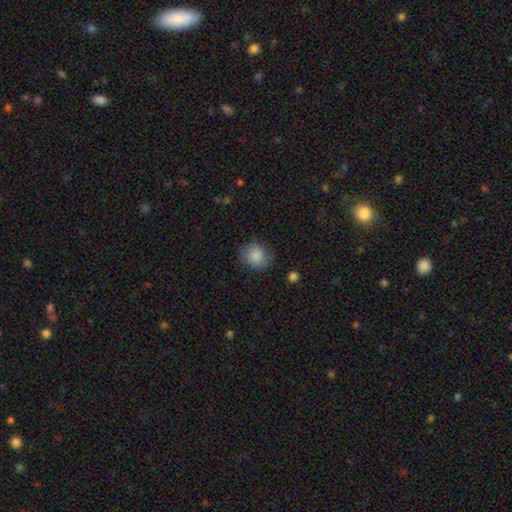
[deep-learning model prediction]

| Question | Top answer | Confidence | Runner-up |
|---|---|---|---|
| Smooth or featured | smooth | 85% | star or artifact (8%) |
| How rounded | round | 74% | in between (25%) |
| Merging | none | 75% | minor disturbance (18%) |